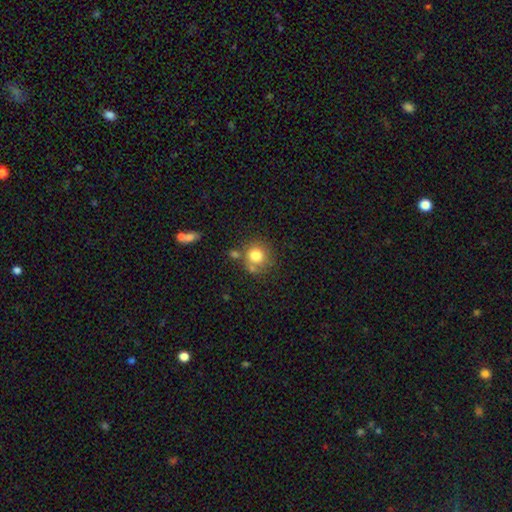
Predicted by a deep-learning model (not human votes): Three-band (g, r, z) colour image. It shows a smooth galaxy with no disk features (79%) that is round (88%). Merging: none (63%).